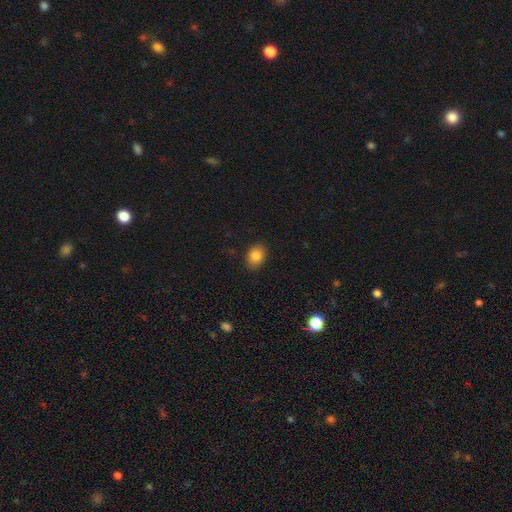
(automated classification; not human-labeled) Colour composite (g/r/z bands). It shows a smooth galaxy with no disk features (84%) that is in between round and cigar-shaped (62%). Merging: none (86%).